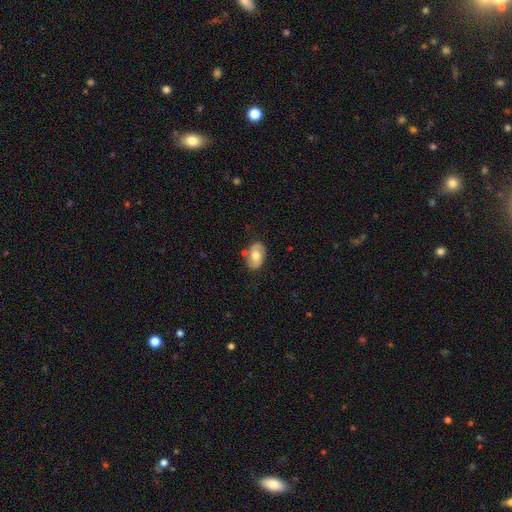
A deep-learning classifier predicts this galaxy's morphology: Smooth or featured: smooth — 61% (featured or disk — 32%)
How rounded: in between — 90% (round — 8%)
Merging: none — 75% (minor disturbance — 16%)